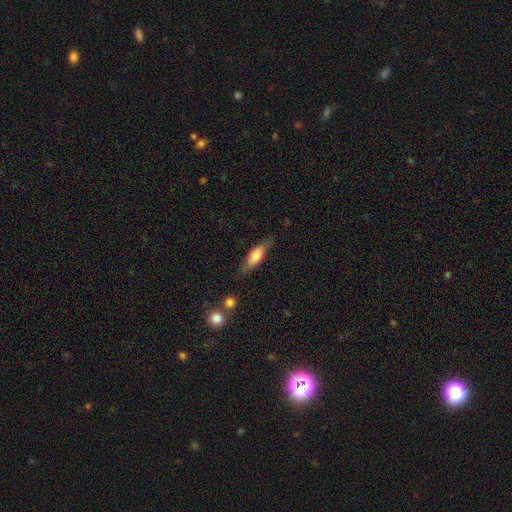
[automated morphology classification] A smooth galaxy with no disk features (64%) that is cigar-shaped (51%). Merging: none (77%).